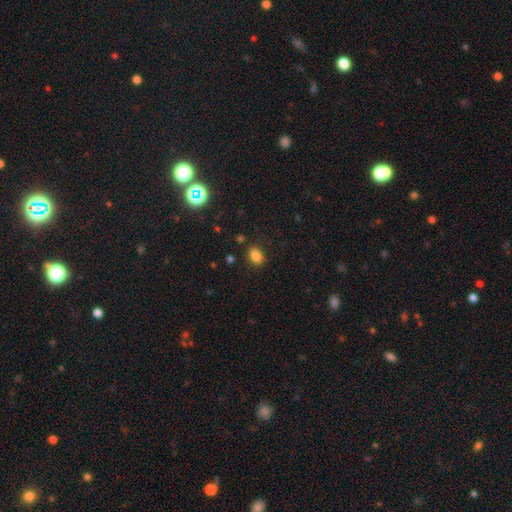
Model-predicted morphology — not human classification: Smooth or featured? Predicted: smooth (p=0.82). How rounded? Predicted: in between (p=0.75). Merging? Predicted: none (p=0.84).